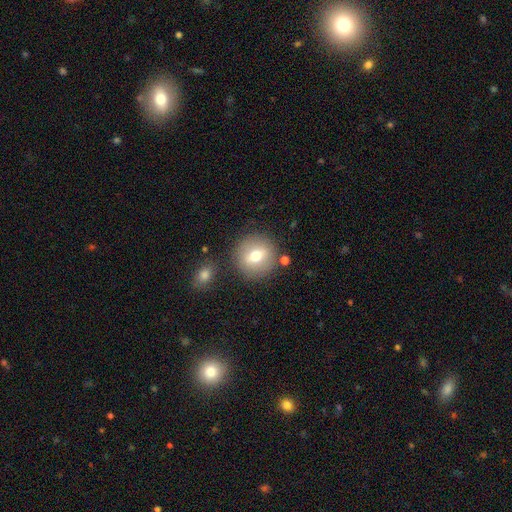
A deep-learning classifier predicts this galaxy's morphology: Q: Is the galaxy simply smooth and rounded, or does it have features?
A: smooth — 65%.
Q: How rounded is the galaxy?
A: round — 91%.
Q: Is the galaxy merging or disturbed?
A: none — 81%.